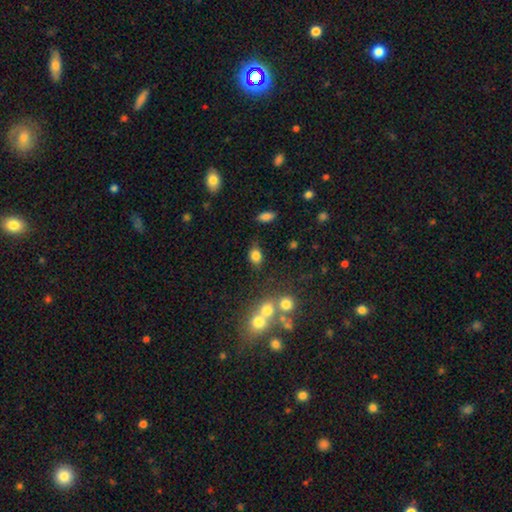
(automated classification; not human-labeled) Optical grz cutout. It shows a smooth galaxy with no disk features (80%) that is in between round and cigar-shaped (74%). Merging: none (68%).